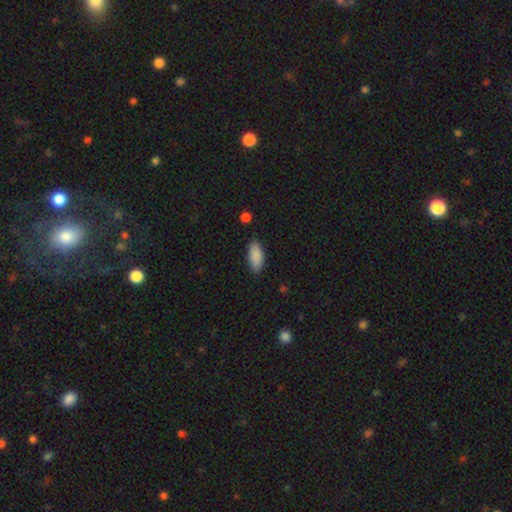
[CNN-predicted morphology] smooth-or-featured: smooth: 89% | star or artifact: 6% | featured or disk: 5%
  how-rounded: in between: 86% | cigar-shaped: 12% | round: 2%
  merging: none: 82% | minor disturbance: 14% | major disturbance: 3% | merger: 2%